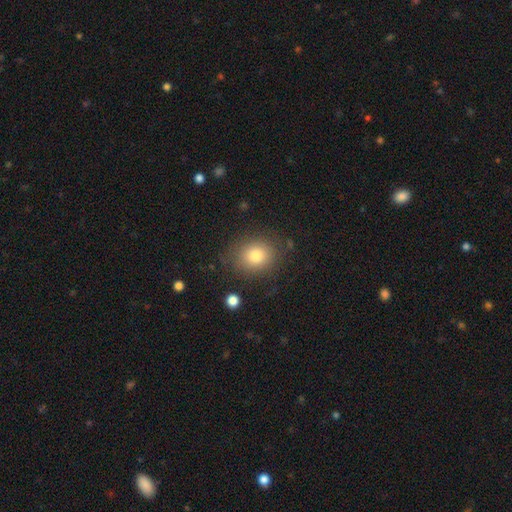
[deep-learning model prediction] Overall: smooth (79%). How rounded: round (74%). Merging: none (83%).